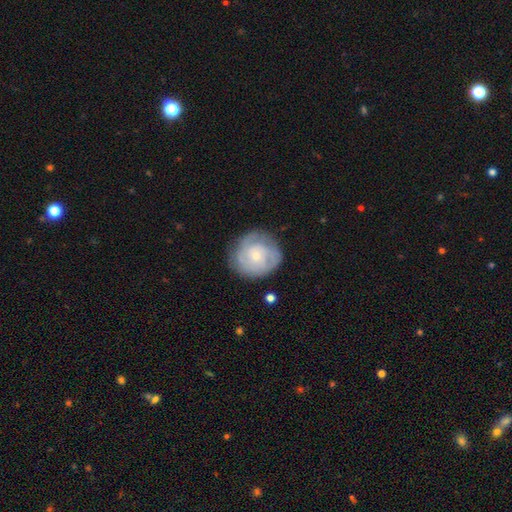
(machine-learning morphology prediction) Smooth or featured?
  - featured or disk: 72% *
  - smooth: 22%
  - star or artifact: 6%
Edge-on disk?
  - no: 98% *
  - yes: 2%
Bar?
  - no: 79% *
  - weak: 18%
  - strong: 3%
Spiral arms?
  - yes: 88% *
  - no: 12%
Spiral winding?
  - tight: 67% *
  - medium: 26%
  - loose: 7%
Spiral arm count?
  - can't tell: 37% *
  - 3: 24%
  - 2: 20%
  - 4: 8%
  - 1: 5%
  - more than 4: 5%
Bulge size?
  - small: 74% *
  - moderate: 23%
  - none: 1%
  - large: 1%
  - dominant: 1%
Merging?
  - none: 76% *
  - minor disturbance: 16%
  - major disturbance: 6%
  - merger: 1%